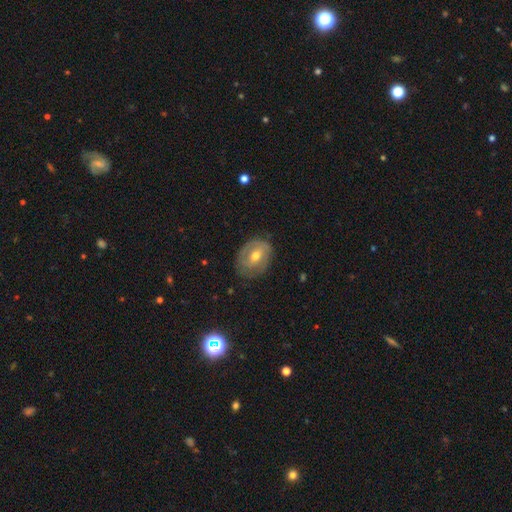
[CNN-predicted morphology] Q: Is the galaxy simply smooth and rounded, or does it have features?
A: featured or disk — 54%.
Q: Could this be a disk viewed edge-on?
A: no — 94%.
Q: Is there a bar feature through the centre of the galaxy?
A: weak — 41%.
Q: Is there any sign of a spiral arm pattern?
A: no — 50%, tied with yes.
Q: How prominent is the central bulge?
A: moderate — 67%.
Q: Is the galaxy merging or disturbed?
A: none — 71%.